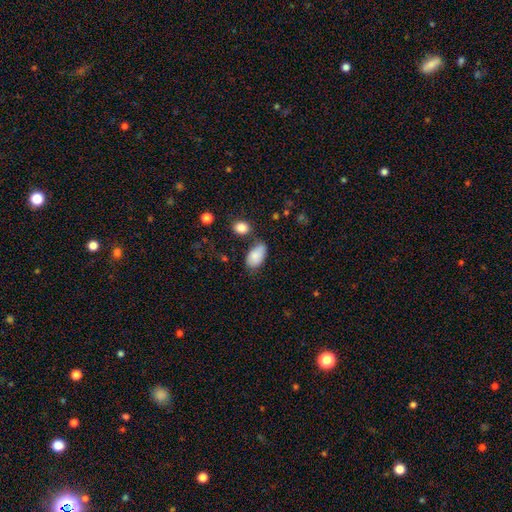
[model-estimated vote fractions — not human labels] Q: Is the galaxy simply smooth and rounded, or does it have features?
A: smooth — 85%.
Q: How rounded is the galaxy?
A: in between — 94%.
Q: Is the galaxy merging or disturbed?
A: none — 58%.